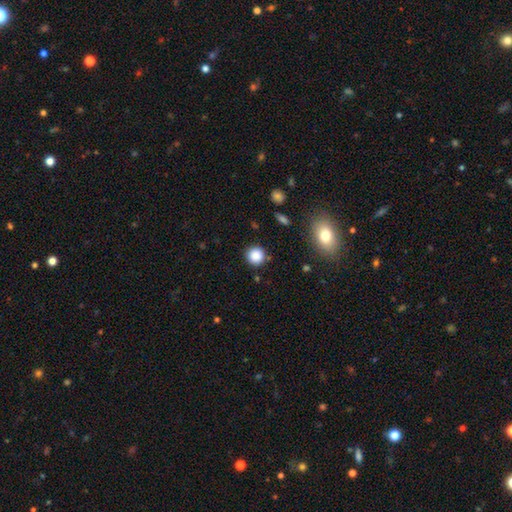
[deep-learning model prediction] A smooth galaxy with no disk features (86%) that is round (93%). Merging: none (89%).